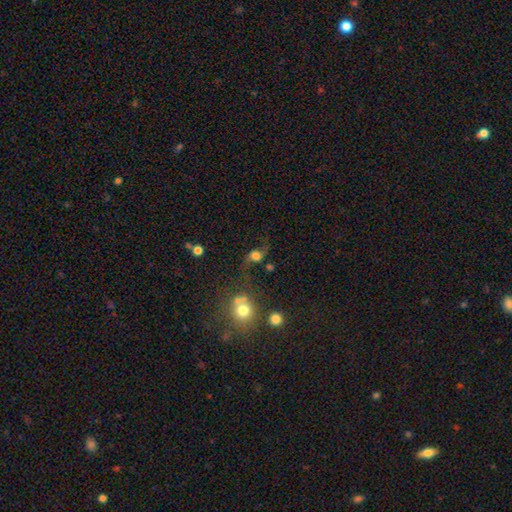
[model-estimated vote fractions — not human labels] The model was most divided on "bulge size": large: 40%, moderate: 35%, dominant: 10%, small: 10%, none: 6%. More confident: edge-on disk — no (94%); spiral arms — yes (87%); bar — no (63%); merging — none (60%); smooth or featured — featured or disk (56%).